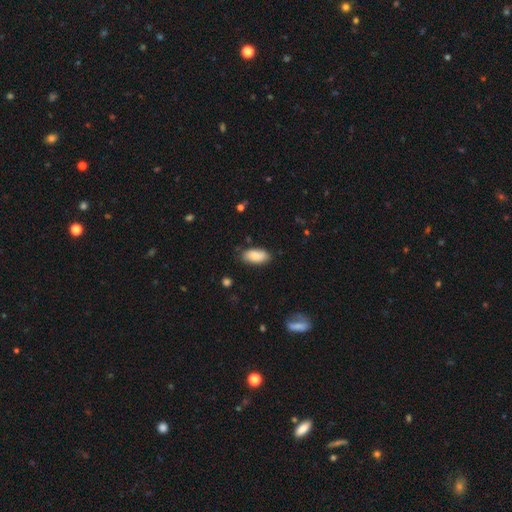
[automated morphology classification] Overall: smooth (86%). How rounded: in between (92%). Merging: none (80%).